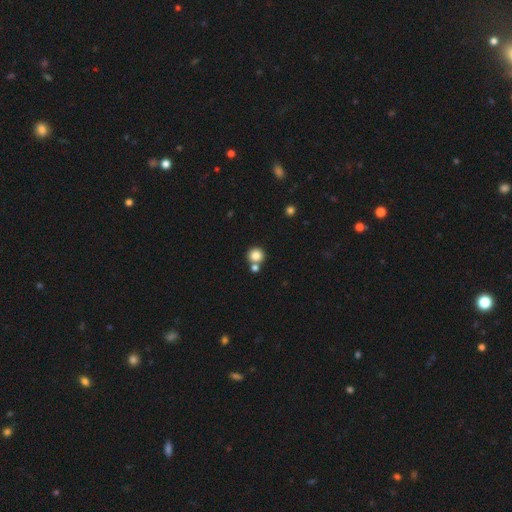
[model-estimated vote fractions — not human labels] A smooth galaxy with no disk features (84%) that is round (92%).

Vote fractions:
- Smooth or featured? smooth: 84% / star or artifact: 10% / featured or disk: 6%
- How rounded? round: 92% / in between: 7% / cigar-shaped: 1%
- Merging? none: 63% / merger: 27% / minor disturbance: 7% / major disturbance: 3%